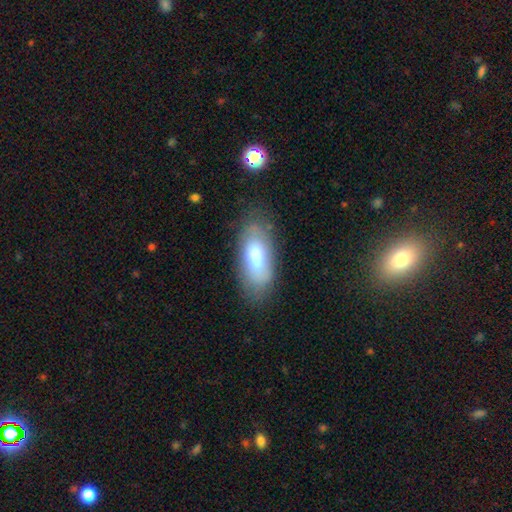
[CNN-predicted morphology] Overall: smooth (71%). How rounded: in between (82%). Merging: none (69%).